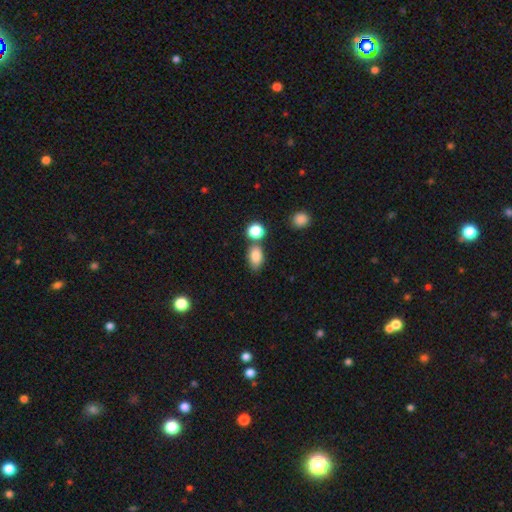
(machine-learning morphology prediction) smooth_or_featured: smooth (p=0.85) [alt: star or artifact p=0.10]
how_rounded: in between (p=0.84) [alt: round p=0.14]
merging: none (p=0.63) [alt: merger p=0.19]